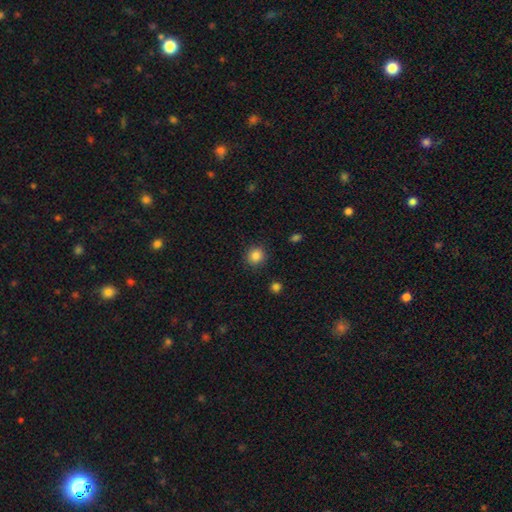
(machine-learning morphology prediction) smooth-or-featured: smooth: 85% | star or artifact: 11% | featured or disk: 4%
  how-rounded: round: 88% | in between: 11% | cigar-shaped: 1%
  merging: none: 89% | minor disturbance: 7% | major disturbance: 2% | merger: 1%